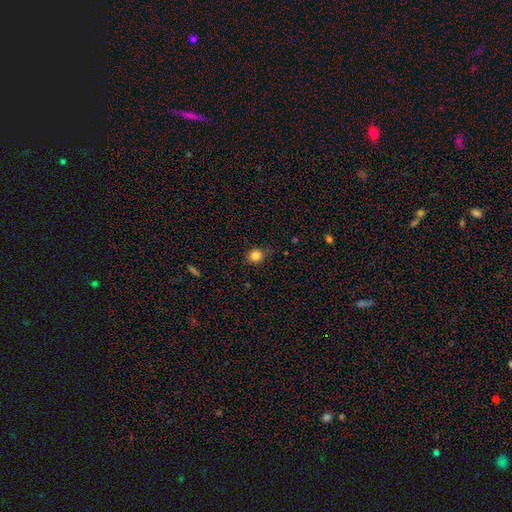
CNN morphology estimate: Overall: smooth (83%). How rounded: round (85%). Merging: none (80%).